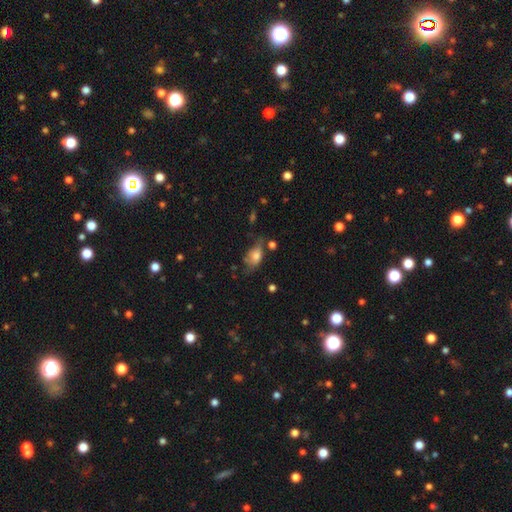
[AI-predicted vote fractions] smooth 67%, featured or disk 23%, star or artifact 10%. Down the decision tree: how rounded — in between (85%); merging — none (38%).